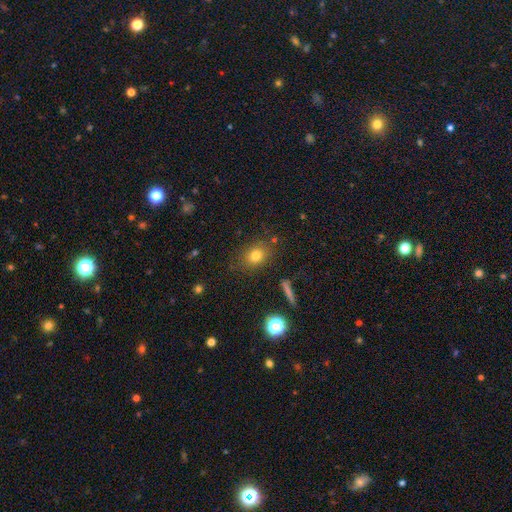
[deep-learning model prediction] Overall: smooth (76%). How rounded: round (59%; in between 39%). Merging: none (81%).